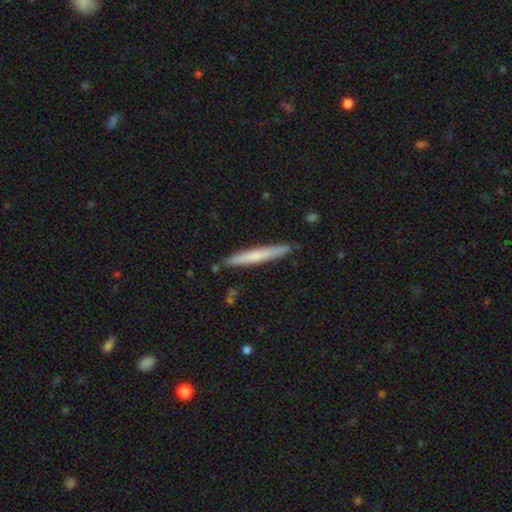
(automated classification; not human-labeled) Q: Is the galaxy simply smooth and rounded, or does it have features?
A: smooth — 64%.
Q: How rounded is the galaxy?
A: cigar-shaped — 96%.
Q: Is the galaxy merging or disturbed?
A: none — 88%.